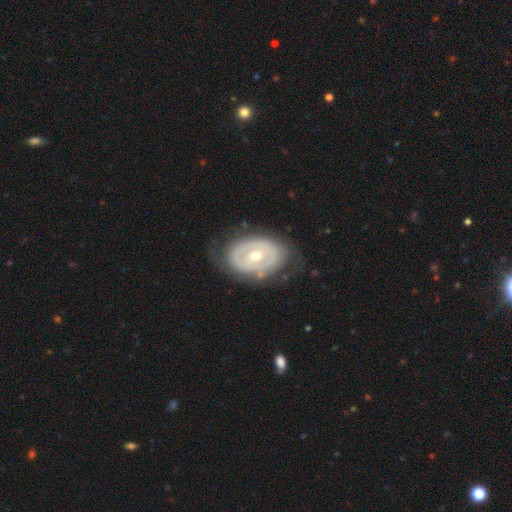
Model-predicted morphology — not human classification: Smooth or featured? featured or disk (69%)
Edge-on disk? no (94%)
Bar? no (64%)
Spiral arms? no (67%)
Bulge size? moderate (61%)
Merging? none (71%)